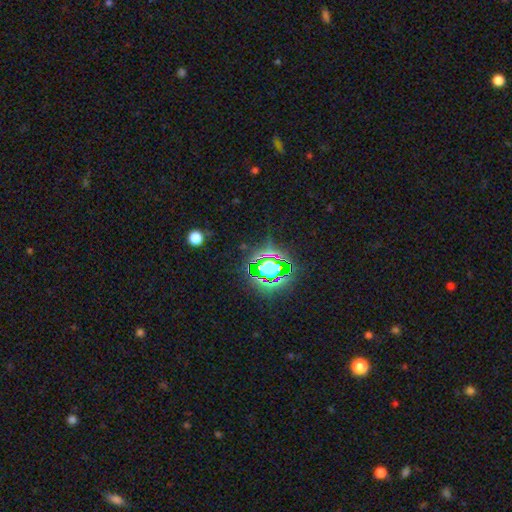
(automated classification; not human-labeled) Morphology: type=star or artifact (78%).